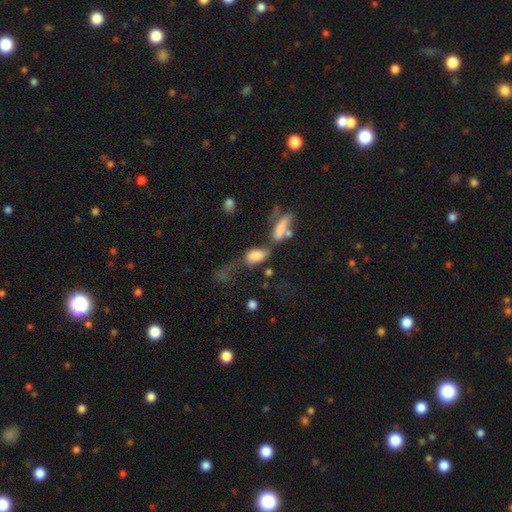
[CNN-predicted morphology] Q: Smooth or featured?
A: smooth (71%); runner-up: featured or disk (19%)
Q: How rounded?
A: in between (86%); runner-up: cigar-shaped (8%)
Q: Merging?
A: merger (44%); runner-up: major disturbance (23%)